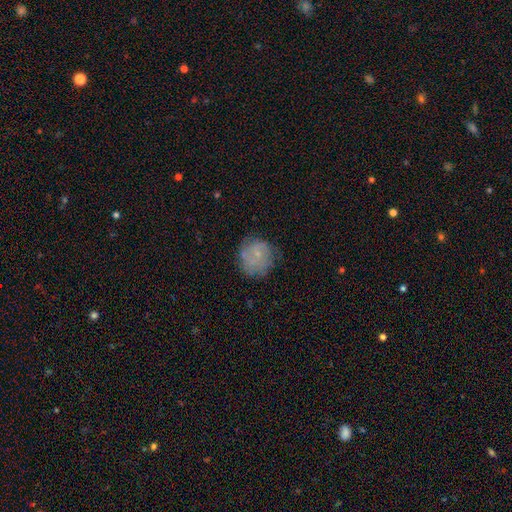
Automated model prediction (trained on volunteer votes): smooth_or_featured: smooth (p=0.55) [alt: featured or disk p=0.35]
how_rounded: round (p=0.86) [alt: in between p=0.13]
merging: none (p=0.67) [alt: minor disturbance p=0.22]